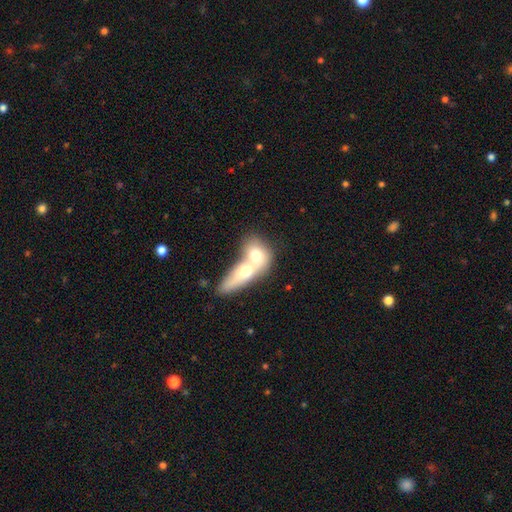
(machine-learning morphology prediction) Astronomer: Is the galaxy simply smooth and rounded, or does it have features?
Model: smooth — 63%.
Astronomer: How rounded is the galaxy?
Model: in between — 55% (runner-up: round, 33%).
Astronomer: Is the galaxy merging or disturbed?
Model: merger — 78%.